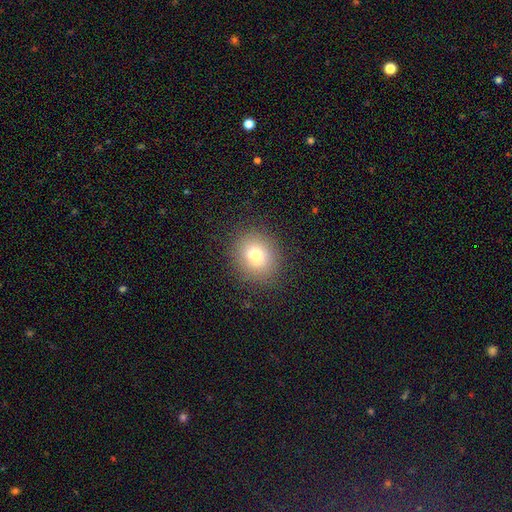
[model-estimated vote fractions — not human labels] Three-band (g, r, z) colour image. It shows a smooth galaxy with no disk features (76%) that is round (75%). Merging: none (87%).